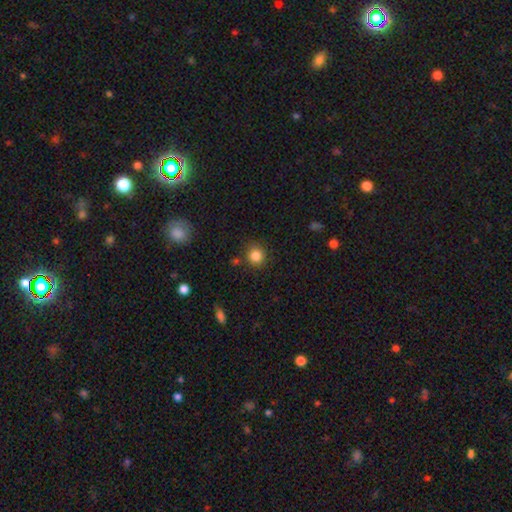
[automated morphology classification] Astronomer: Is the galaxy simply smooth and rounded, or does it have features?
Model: smooth — 84%.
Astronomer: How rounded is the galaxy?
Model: round — 89%.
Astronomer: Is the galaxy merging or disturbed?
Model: none — 85%.